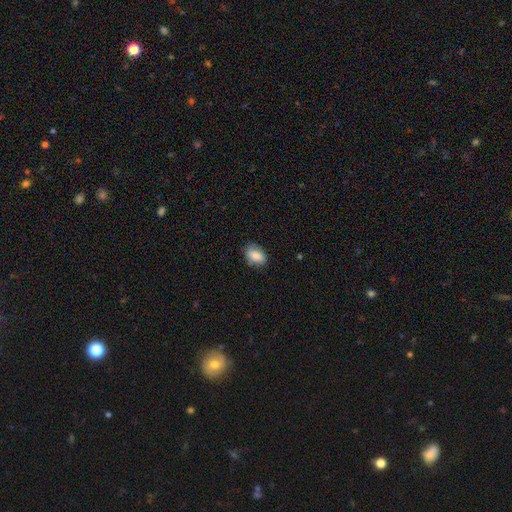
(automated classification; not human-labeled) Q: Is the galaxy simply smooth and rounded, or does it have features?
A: smooth — 83%.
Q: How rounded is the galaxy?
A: in between — 86%.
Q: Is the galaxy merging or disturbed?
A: none — 77%.